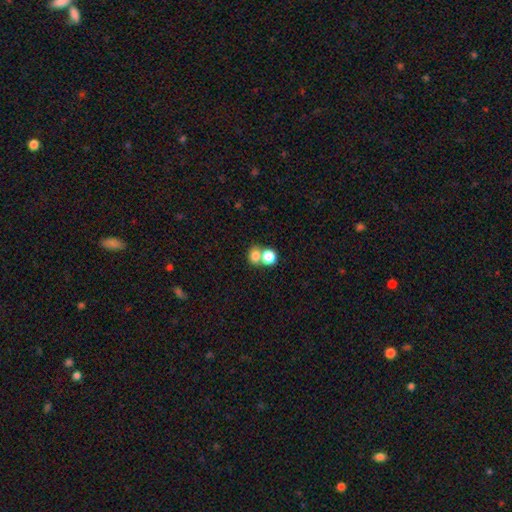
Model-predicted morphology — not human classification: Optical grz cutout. It shows a smooth galaxy with no disk features (78%) that is round (64%). Merging: merger (47%).